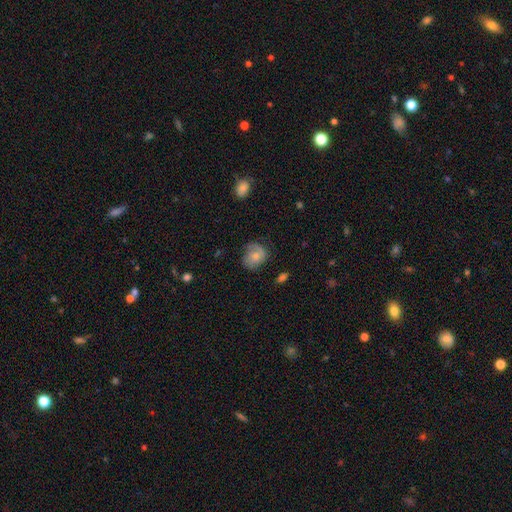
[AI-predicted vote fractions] Overall: smooth (54%; featured or disk 37%). How rounded: round (59%; in between 39%). Merging: none (56%; minor disturbance 27%).